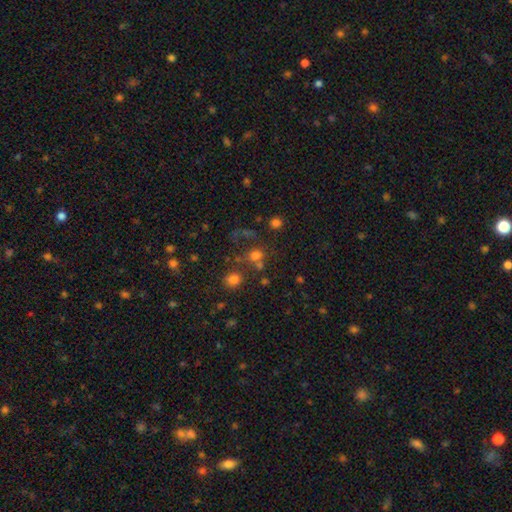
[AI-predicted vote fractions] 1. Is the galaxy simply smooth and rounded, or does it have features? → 66% smooth, 23% star or artifact, 11% featured or disk.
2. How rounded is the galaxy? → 73% round, 26% in between, 1% cigar-shaped.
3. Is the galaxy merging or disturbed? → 51% none, 28% merger, 11% minor disturbance, 10% major disturbance.